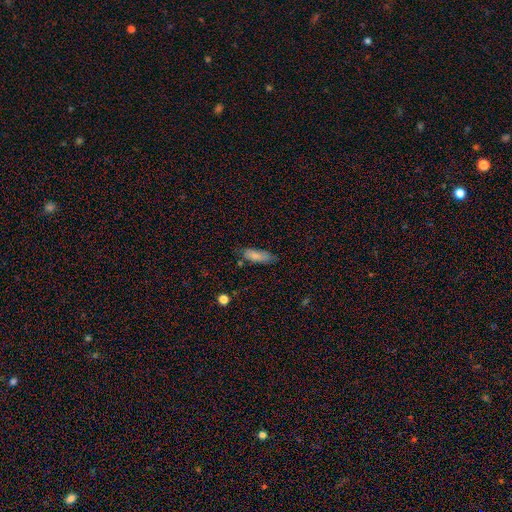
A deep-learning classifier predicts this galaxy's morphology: A smooth galaxy with no disk features (81%) that is in between round and cigar-shaped (62%).

Vote fractions:
- Smooth or featured? smooth: 81% / featured or disk: 11% / star or artifact: 8%
- How rounded? in between: 62% / cigar-shaped: 36% / round: 2%
- Merging? none: 65% / minor disturbance: 25% / major disturbance: 6% / merger: 4%